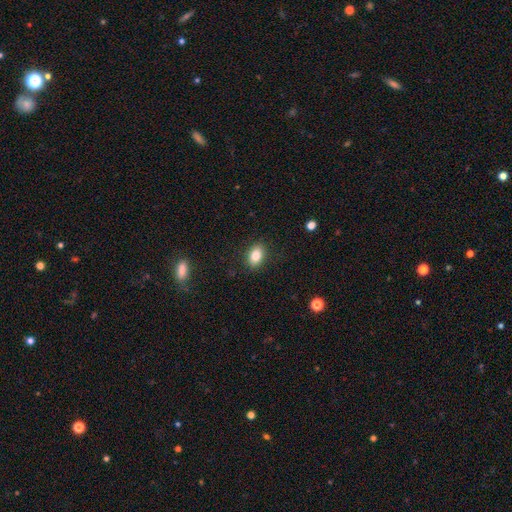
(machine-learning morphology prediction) A smooth galaxy with no disk features (83%) that is in between round and cigar-shaped (82%).

Vote fractions:
- Smooth or featured? smooth: 83% / star or artifact: 9% / featured or disk: 8%
- How rounded? in between: 82% / round: 17% / cigar-shaped: 2%
- Merging? none: 87% / minor disturbance: 9% / major disturbance: 3% / merger: 1%